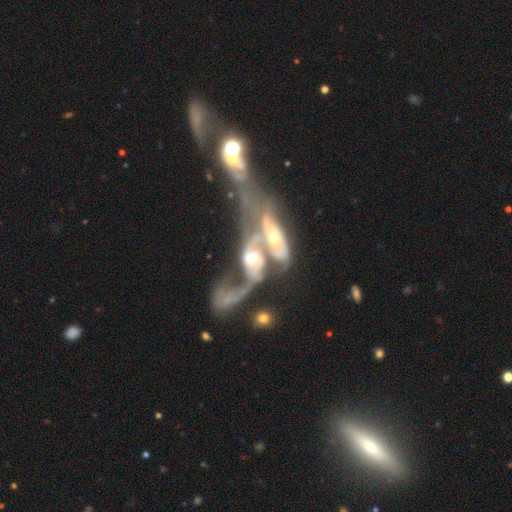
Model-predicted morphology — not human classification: The model was most divided on "spiral winding": loose: 47%, medium: 32%, tight: 21%. Remaining: edge-on disk — no (92%); merging — merger (79%); smooth or featured — featured or disk (77%); spiral arms — yes (76%); bar — no (62%); bulge size — moderate (58%); spiral arm count — 2 (50%).